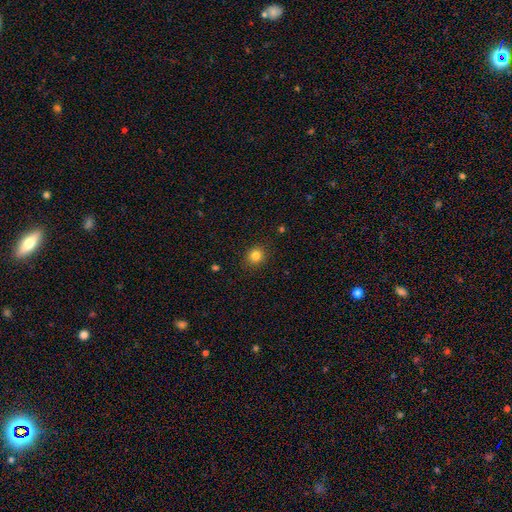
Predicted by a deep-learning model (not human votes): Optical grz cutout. It shows a smooth galaxy with no disk features (82%) that is round (83%). Merging: none (90%).